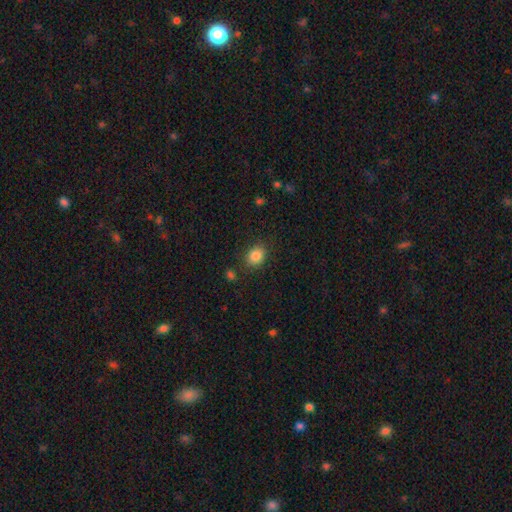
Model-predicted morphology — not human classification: smooth-or-featured: smooth: 85% | star or artifact: 10% | featured or disk: 5%
  how-rounded: in between: 57% | round: 42% | cigar-shaped: 1%
  merging: none: 81% | minor disturbance: 12% | major disturbance: 4% | merger: 3%